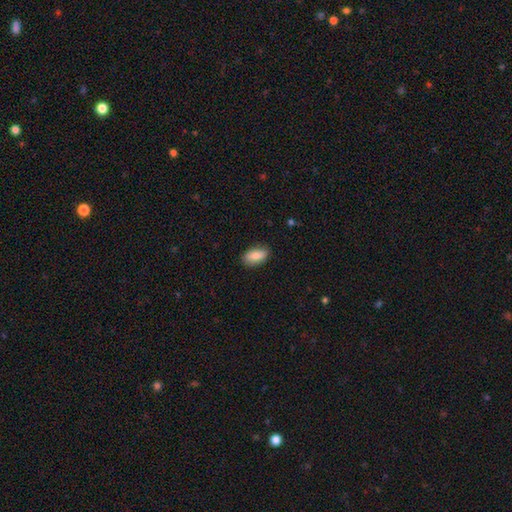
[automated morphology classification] Overall: smooth (86%). How rounded: in between (92%). Merging: none (84%).